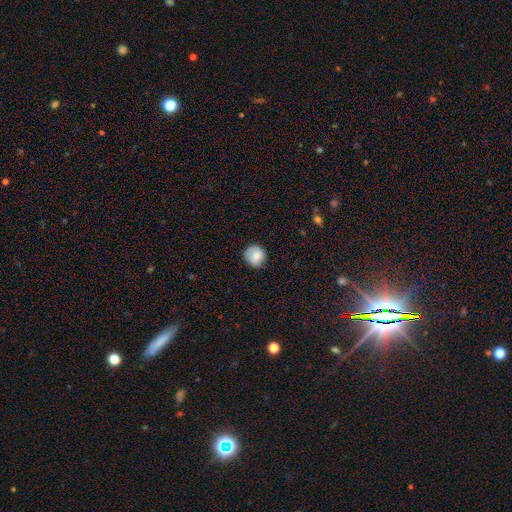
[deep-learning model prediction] Smooth or featured: smooth — 82% (featured or disk — 10%)
How rounded: round — 87% (in between — 12%)
Merging: none — 76% (minor disturbance — 19%)